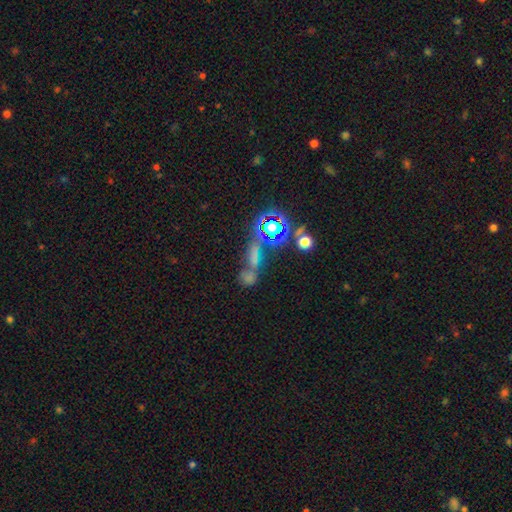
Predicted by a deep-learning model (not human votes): Smooth or featured?
  - star or artifact: 43% *
  - smooth: 42%
  - featured or disk: 15%